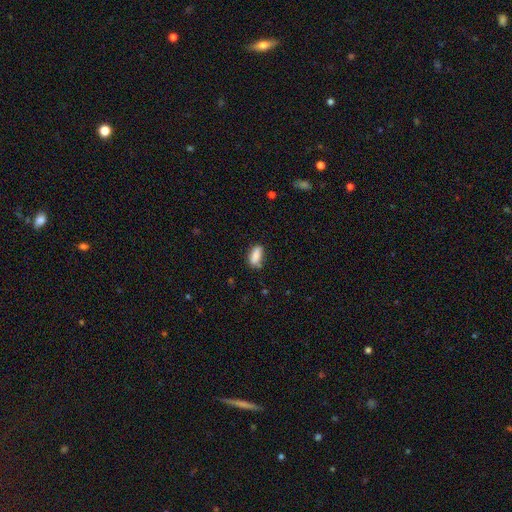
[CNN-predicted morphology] Smooth or featured: smooth — 85% (star or artifact — 8%)
How rounded: in between — 82% (cigar-shaped — 15%)
Merging: none — 69% (minor disturbance — 21%)